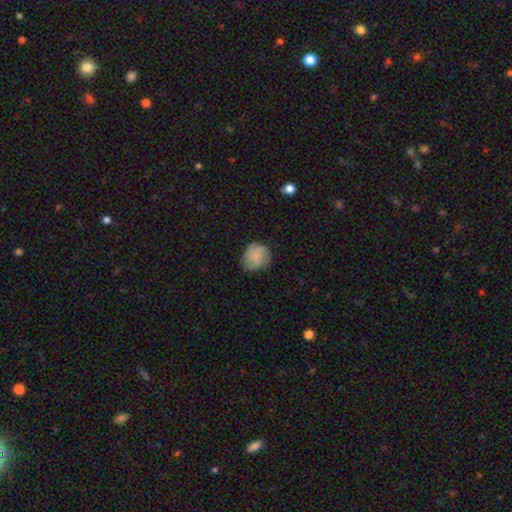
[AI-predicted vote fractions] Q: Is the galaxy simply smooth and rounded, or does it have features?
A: smooth — 67%.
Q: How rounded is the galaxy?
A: round — 79%.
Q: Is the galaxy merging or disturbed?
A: none — 73%.